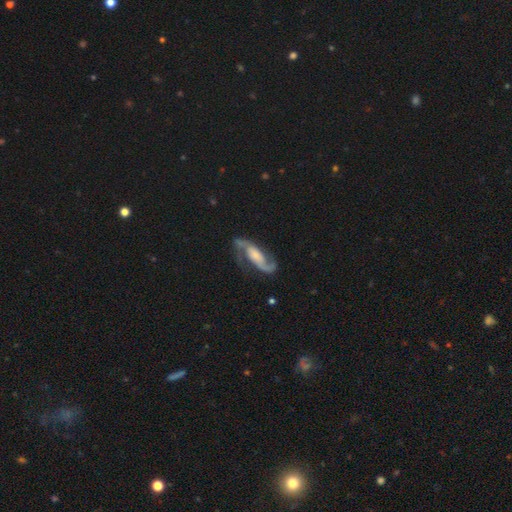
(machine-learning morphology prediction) smooth-or-featured: featured or disk: 86% | smooth: 9% | star or artifact: 5%
  disk-edge-on: no: 93% | yes: 7%
    bar: no: 42% | weak: 36% | strong: 22%
    has-spiral-arms: yes: 96% | no: 4%
      spiral-winding: medium: 44% | loose: 43% | tight: 13%
      spiral-arm-count: 2: 90% | 1: 4% | can't tell: 3% | 3: 1% | 4: 1% | more than 4: 1%
    bulge-size: small: 35% | moderate: 30% | none: 17% | large: 14% | dominant: 3%
  merging: none: 68% | minor disturbance: 17% | major disturbance: 12% | merger: 3%